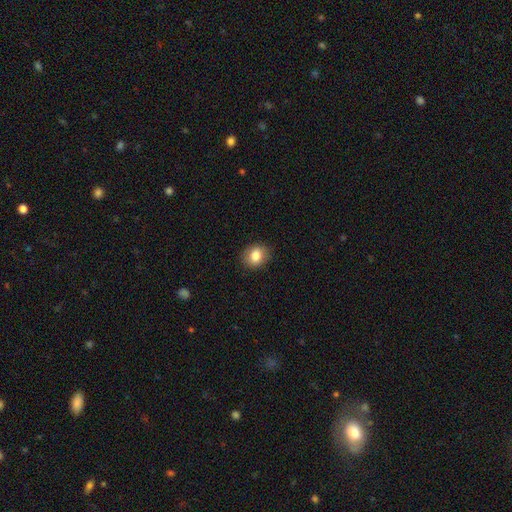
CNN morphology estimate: smooth_or_featured: smooth (p=0.83) [alt: star or artifact p=0.09]
how_rounded: round (p=0.56) [alt: in between p=0.43]
merging: none (p=0.86) [alt: minor disturbance p=0.10]